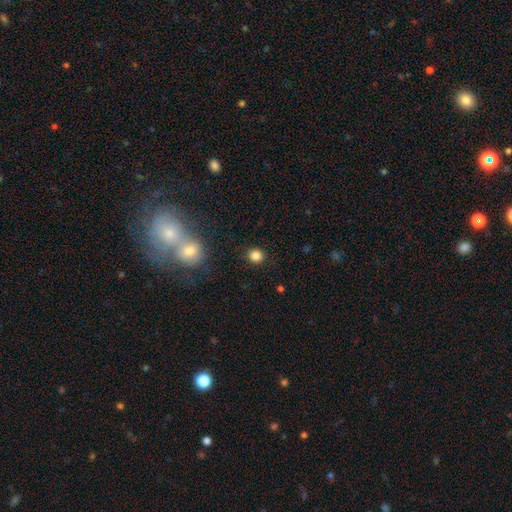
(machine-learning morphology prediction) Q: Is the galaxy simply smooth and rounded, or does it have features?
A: smooth — 84%.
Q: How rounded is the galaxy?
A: round — 86%.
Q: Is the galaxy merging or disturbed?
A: none — 90%.